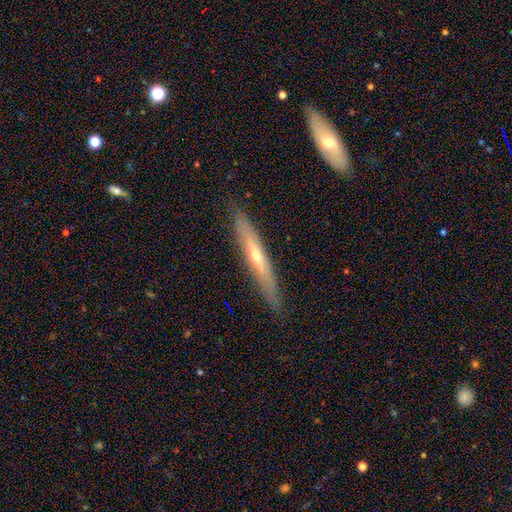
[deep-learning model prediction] smooth_or_featured: featured or disk (p=0.61) [alt: smooth p=0.31]
disk_edge_on: yes (p=0.89) [alt: no p=0.11]
edge_on_bulge: rounded (p=0.76) [alt: none p=0.22]
merging: none (p=0.87) [alt: minor disturbance p=0.10]